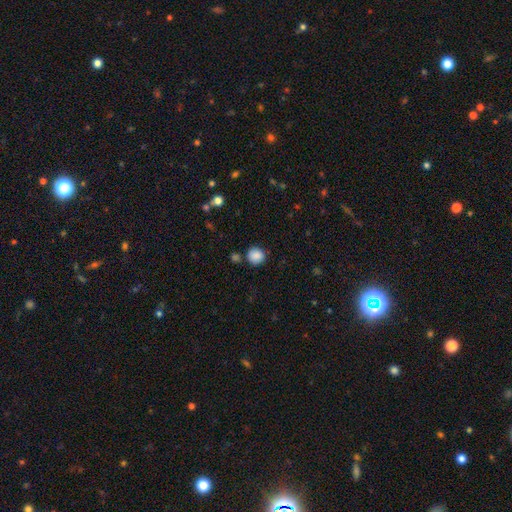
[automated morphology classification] Overall: smooth (87%). How rounded: round (89%). Merging: none (82%).